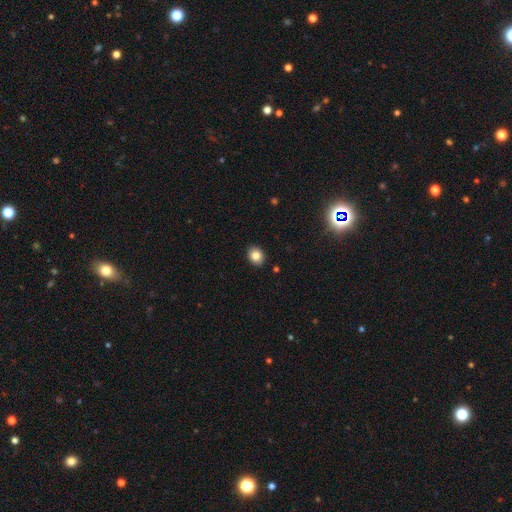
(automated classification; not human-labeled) Smooth or featured? Predicted: smooth (p=0.84). How rounded? Predicted: round (p=0.55). Merging? Predicted: none (p=0.90).